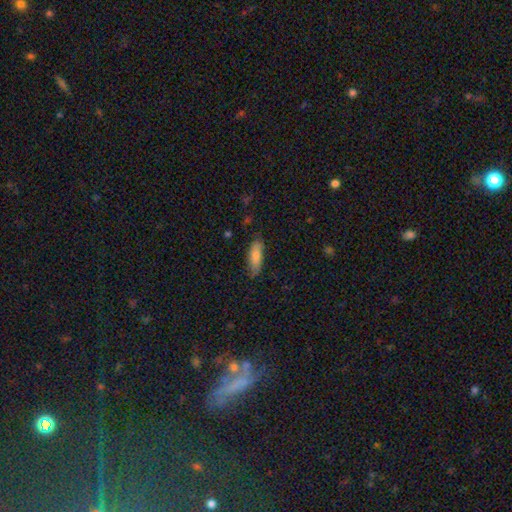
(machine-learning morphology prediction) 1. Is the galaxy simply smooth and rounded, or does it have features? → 79% smooth, 15% featured or disk, 6% star or artifact.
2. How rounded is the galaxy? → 64% in between, 34% cigar-shaped, 2% round.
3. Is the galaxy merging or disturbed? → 74% none, 21% minor disturbance, 4% major disturbance, 1% merger.